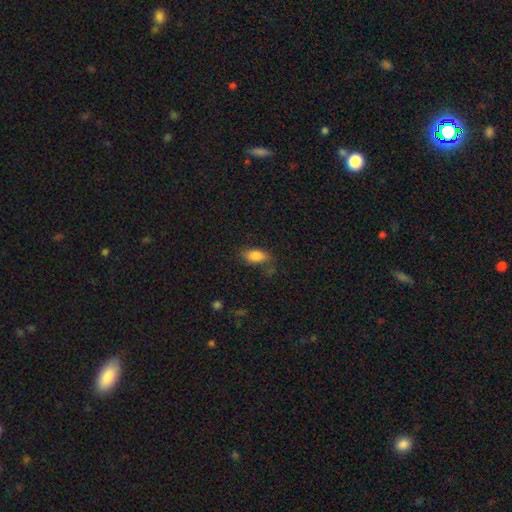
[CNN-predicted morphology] The model was most divided on "merging": none: 63%, minor disturbance: 24%, major disturbance: 10%, merger: 4%. More confident: how rounded — in between (89%); smooth or featured — smooth (83%).